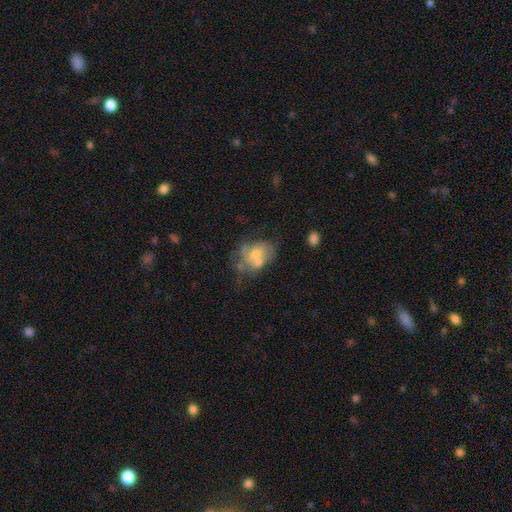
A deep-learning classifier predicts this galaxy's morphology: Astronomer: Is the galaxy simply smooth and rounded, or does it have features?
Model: featured or disk — 50% (runner-up: smooth, 41%).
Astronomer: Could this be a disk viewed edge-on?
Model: no — 97%.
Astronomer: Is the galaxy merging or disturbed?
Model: merger — 31% (runner-up: none, 27%).